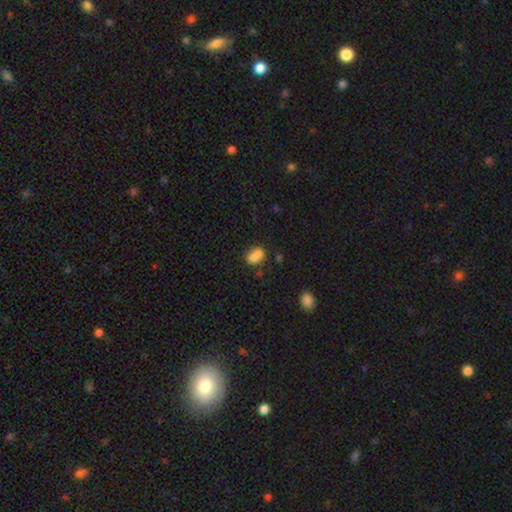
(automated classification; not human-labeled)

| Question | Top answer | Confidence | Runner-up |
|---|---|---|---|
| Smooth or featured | smooth | 78% | featured or disk (11%) |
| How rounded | in between | 73% | round (25%) |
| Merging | none | 42% | merger (33%) |